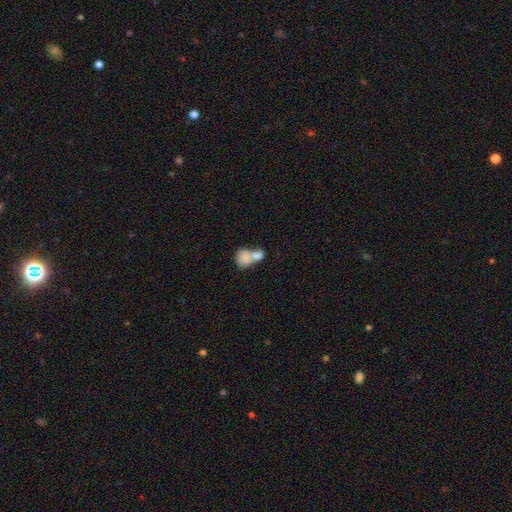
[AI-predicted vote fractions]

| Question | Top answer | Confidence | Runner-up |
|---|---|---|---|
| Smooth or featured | smooth | 76% | featured or disk (16%) |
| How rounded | in between | 54% | round (44%) |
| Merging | merger | 71% | none (17%) |